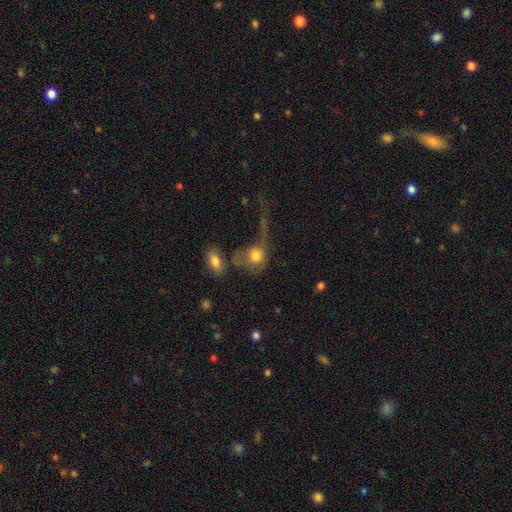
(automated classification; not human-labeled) Overall: smooth (65%; featured or disk 25%). How rounded: round (58%; in between 39%). Merging: major disturbance (43%; merger 24%).